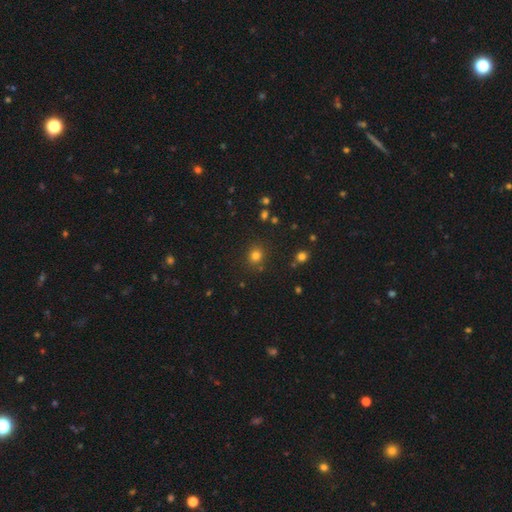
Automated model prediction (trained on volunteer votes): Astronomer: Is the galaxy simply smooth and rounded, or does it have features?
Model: smooth — 78%.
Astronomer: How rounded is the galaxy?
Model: round — 82%.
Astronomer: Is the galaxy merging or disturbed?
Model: none — 85%.